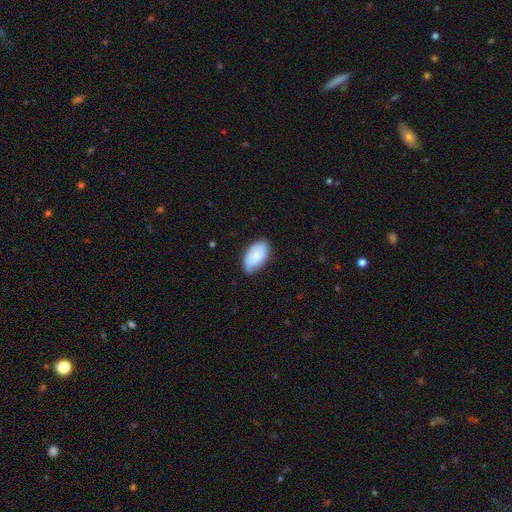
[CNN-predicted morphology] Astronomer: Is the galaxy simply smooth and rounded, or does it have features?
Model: smooth — 84%.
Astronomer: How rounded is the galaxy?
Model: in between — 95%.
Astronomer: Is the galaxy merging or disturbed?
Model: none — 74%.